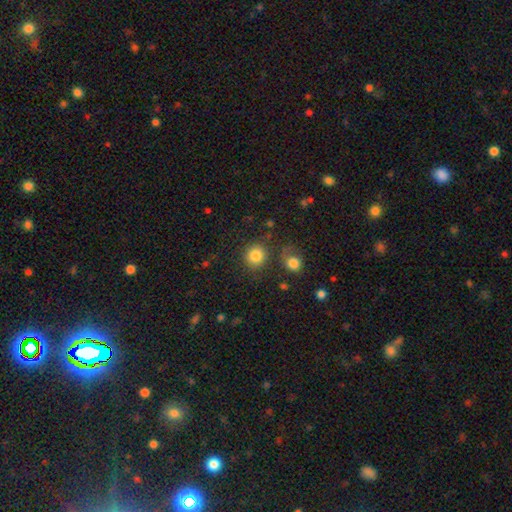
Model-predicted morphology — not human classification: smooth-or-featured: smooth: 84% | star or artifact: 10% | featured or disk: 5%
  how-rounded: round: 85% | in between: 14% | cigar-shaped: 1%
  merging: none: 81% | minor disturbance: 10% | merger: 5% | major disturbance: 4%